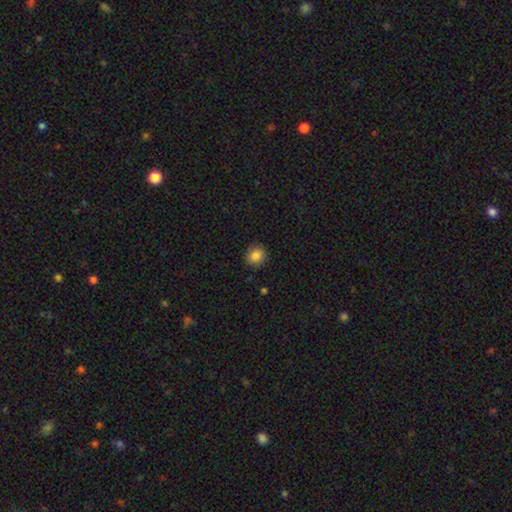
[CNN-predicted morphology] This appears to be a smooth galaxy with no disk features (86%) that is round (82%). Merging: none (88%).